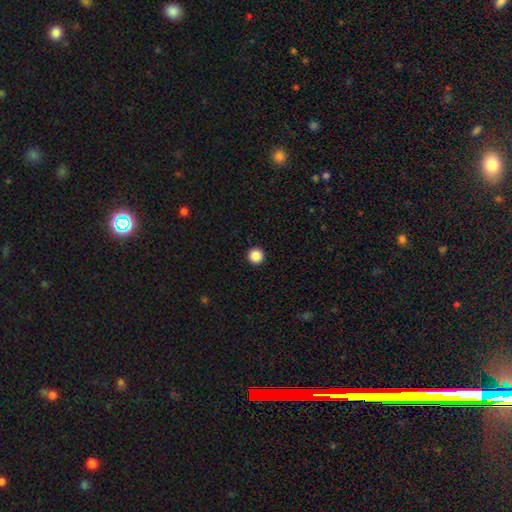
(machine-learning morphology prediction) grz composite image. It shows a smooth galaxy with no disk features (87%) that is round (97%). Merging: none (94%).